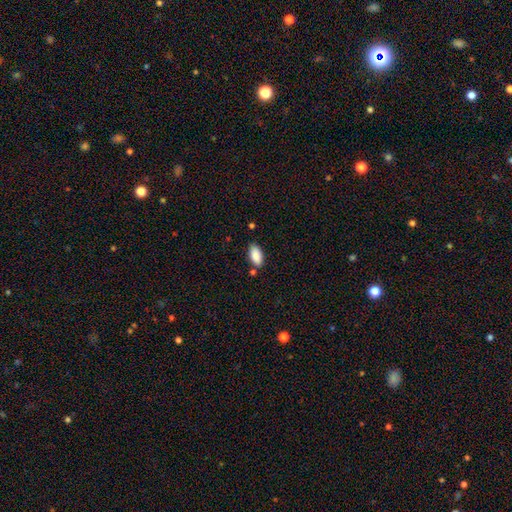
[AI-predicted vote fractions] Smooth or featured?
  - smooth: 88% *
  - star or artifact: 7%
  - featured or disk: 6%
How rounded?
  - in between: 93% *
  - cigar-shaped: 5%
  - round: 2%
Merging?
  - none: 77% *
  - minor disturbance: 14%
  - merger: 6%
  - major disturbance: 3%